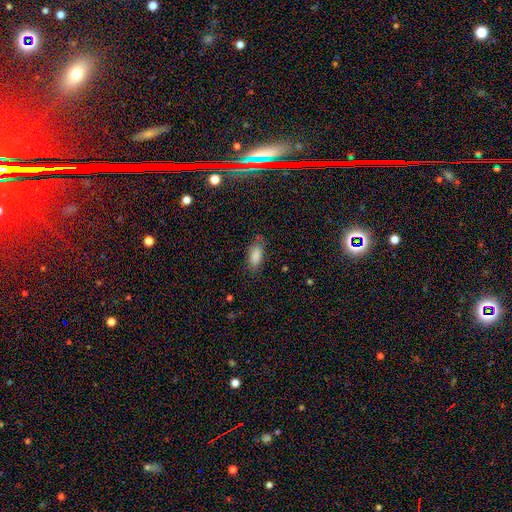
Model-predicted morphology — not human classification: Smooth or featured: smooth — 86% (star or artifact — 8%)
How rounded: in between — 83% (cigar-shaped — 15%)
Merging: none — 75% (minor disturbance — 18%)